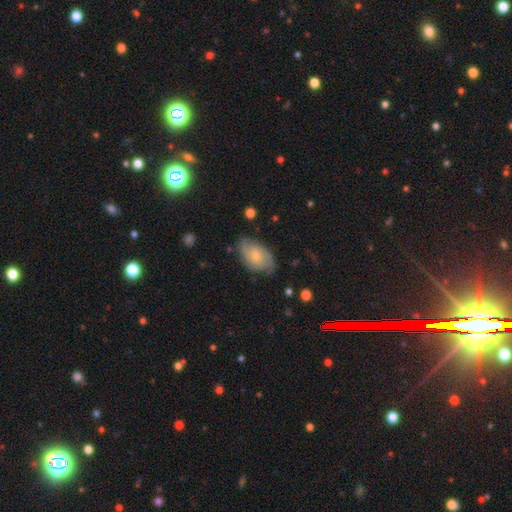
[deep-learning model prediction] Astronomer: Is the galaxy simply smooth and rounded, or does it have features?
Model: featured or disk — 52% (runner-up: smooth, 41%).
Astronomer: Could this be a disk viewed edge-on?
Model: no — 95%.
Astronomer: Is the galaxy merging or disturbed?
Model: none — 70%.